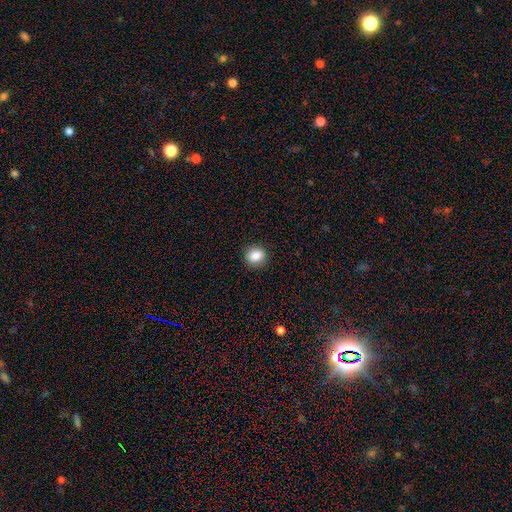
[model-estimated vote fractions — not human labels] Smooth or featured? smooth (84%)
How rounded? round (78%)
Merging? none (90%)